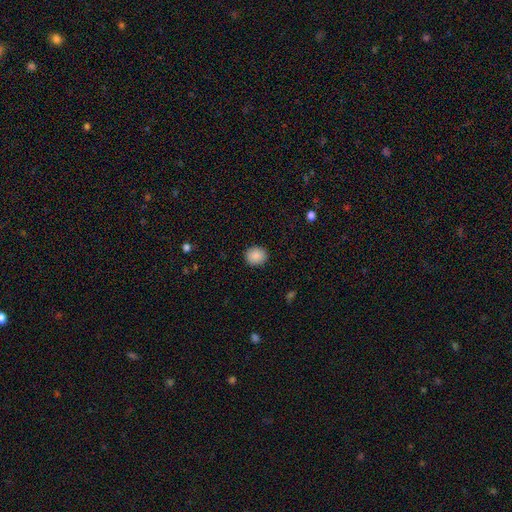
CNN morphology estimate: The model was most divided on "how rounded": round: 78%, in between: 21%, cigar-shaped: 1%. More confident: merging — none (90%); smooth or featured — smooth (88%).